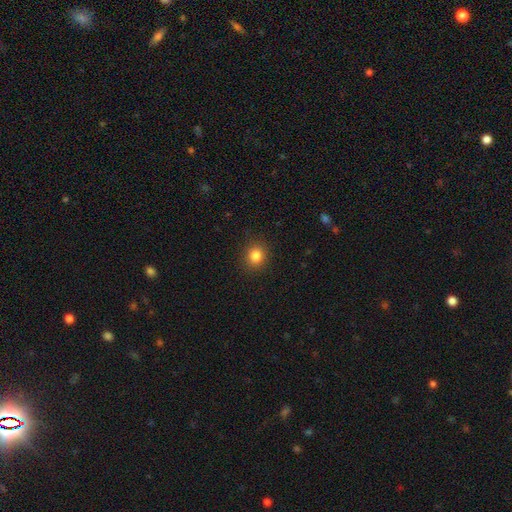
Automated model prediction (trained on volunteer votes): smooth 84%, star or artifact 11%, featured or disk 5%. Down the decision tree: how rounded — round (80%); merging — none (89%).